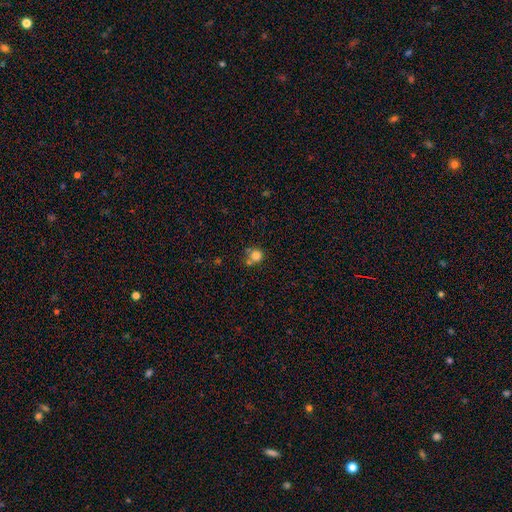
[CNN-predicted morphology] A smooth galaxy with no disk features (79%) that is round (86%). Merging: none (52%).